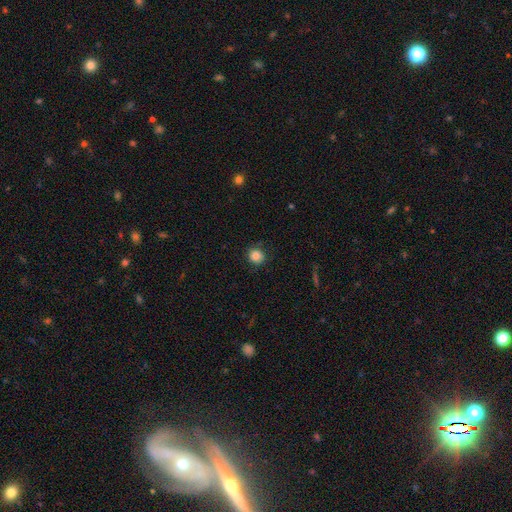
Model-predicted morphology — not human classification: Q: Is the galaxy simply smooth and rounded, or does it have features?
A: smooth — 85%.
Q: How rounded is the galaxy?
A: round — 89%.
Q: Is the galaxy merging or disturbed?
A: none — 85%.